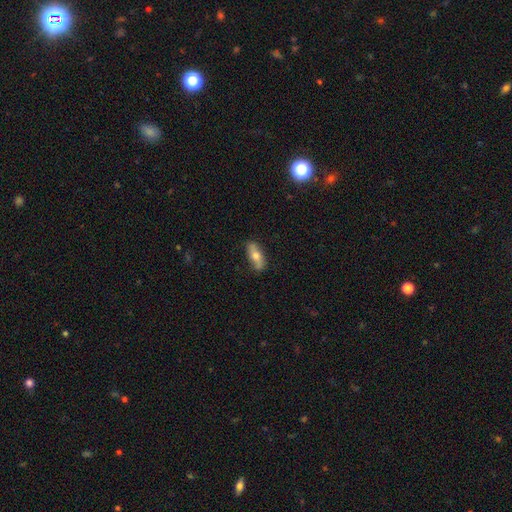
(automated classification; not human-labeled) Overall: smooth (58%; featured or disk 36%). How rounded: in between (67%; cigar-shaped 29%). Merging: none (82%).